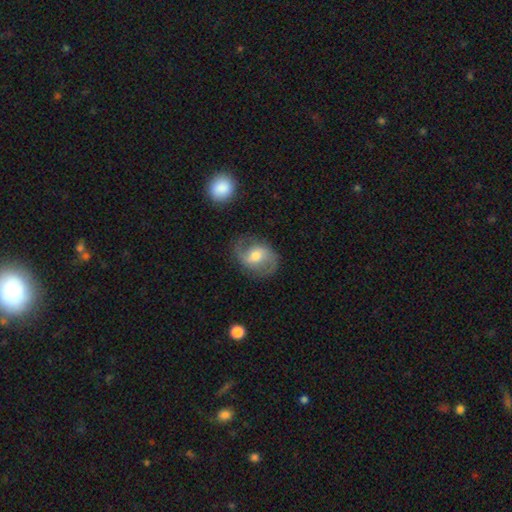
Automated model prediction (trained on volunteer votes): smooth_or_featured: featured or disk (p=0.71) [alt: smooth p=0.22]
disk_edge_on: no (p=0.97) [alt: yes p=0.03]
bar: weak (p=0.48) [alt: no p=0.31]
has_spiral_arms: yes (p=0.90) [alt: no p=0.10]
spiral_winding: medium (p=0.46) [alt: loose p=0.40]
spiral_arm_count: 2 (p=0.90) [alt: can't tell p=0.04]
bulge_size: moderate (p=0.66) [alt: small p=0.24]
merging: none (p=0.77) [alt: minor disturbance p=0.15]